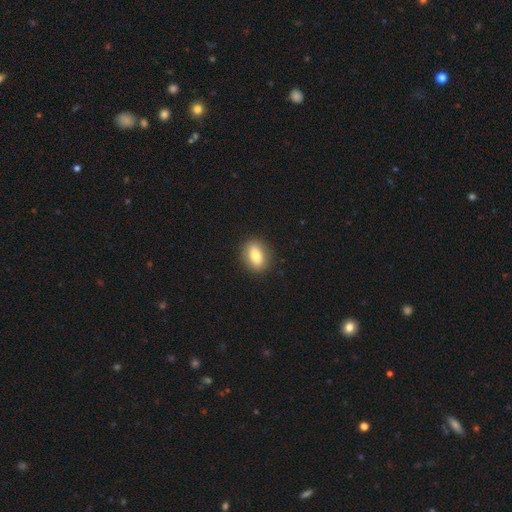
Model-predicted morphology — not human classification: smooth 76%, featured or disk 16%, star or artifact 8%. Down the decision tree: how rounded — in between (68%); merging — none (88%).